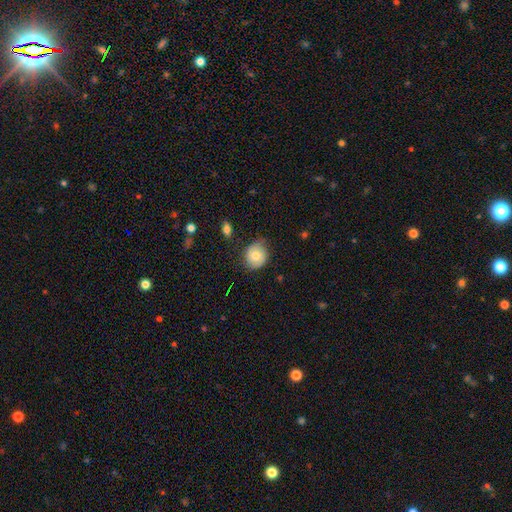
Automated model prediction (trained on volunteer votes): Smooth or featured? smooth (70%)
How rounded? round (72%)
Merging? none (65%)